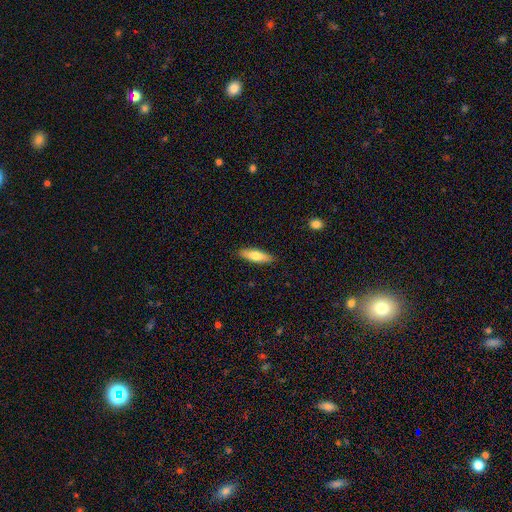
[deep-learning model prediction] Q: Smooth or featured?
A: smooth (72%); runner-up: featured or disk (22%)
Q: How rounded?
A: cigar-shaped (58%); runner-up: in between (40%)
Q: Merging?
A: none (89%); runner-up: minor disturbance (8%)